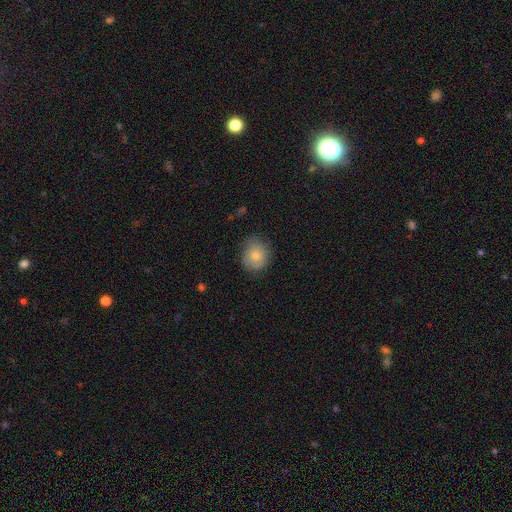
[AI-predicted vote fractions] Smooth or featured: smooth — 79% (featured or disk — 12%)
How rounded: round — 71% (in between — 28%)
Merging: none — 73% (minor disturbance — 21%)